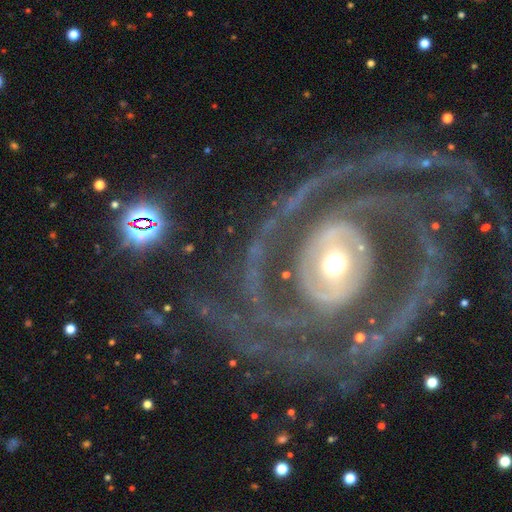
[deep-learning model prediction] This appears to be a featured or disk galaxy (89%) with no bar (51%), 2 (45%) tight (52%) spiral arms (93%) and a moderate central bulge (62%). Merging: none (67%).